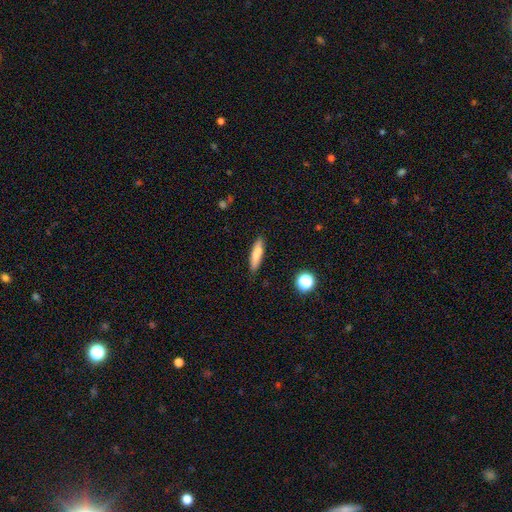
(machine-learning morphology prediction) Overall: smooth (71%). How rounded: cigar-shaped (74%). Merging: none (78%).